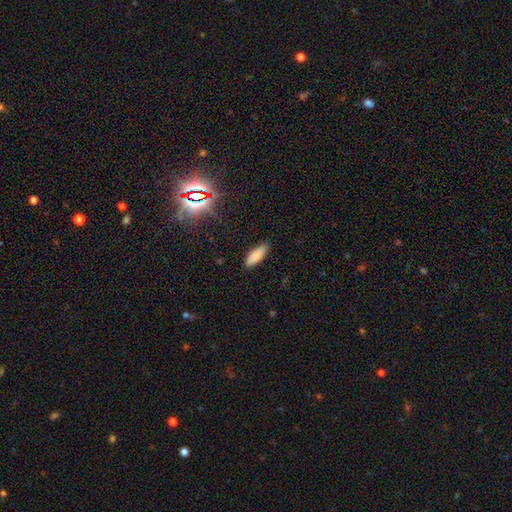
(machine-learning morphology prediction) A smooth galaxy with no disk features (83%) that is in between round and cigar-shaped (63%). Merging: none (87%).